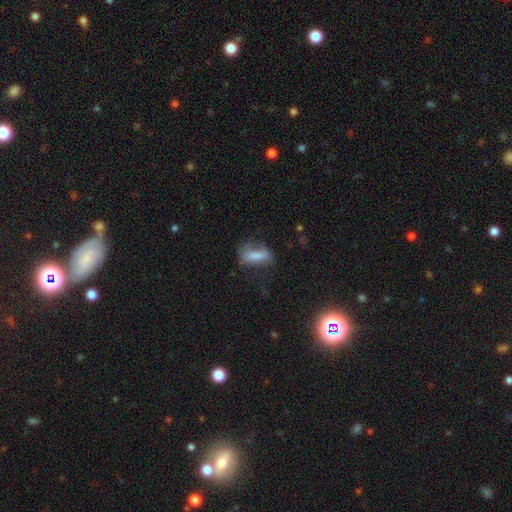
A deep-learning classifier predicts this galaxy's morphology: type=smooth (69%); roundness=in between (67%); merging=none (50%).